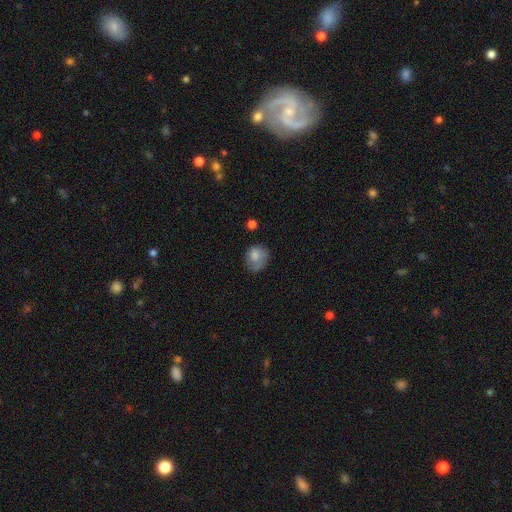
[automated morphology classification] This appears to be a smooth galaxy with no disk features (77%) that is round (63%). Merging: none (51%).